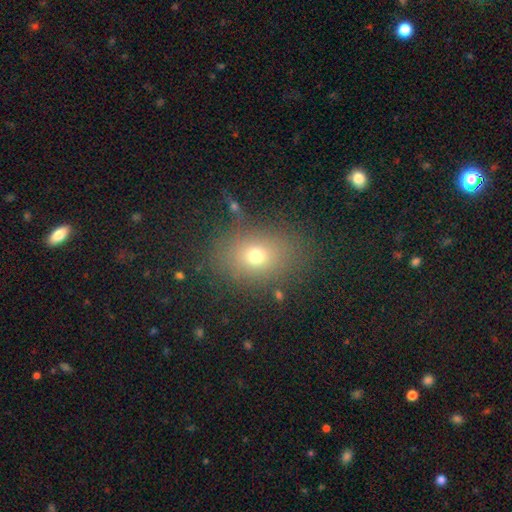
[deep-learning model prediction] Q: Smooth or featured?
A: smooth (70%); runner-up: star or artifact (16%)
Q: How rounded?
A: in between (62%); runner-up: round (37%)
Q: Merging?
A: none (78%); runner-up: minor disturbance (13%)